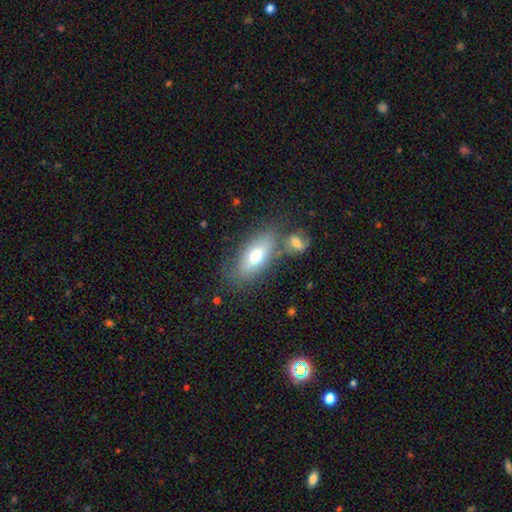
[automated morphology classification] Smooth or featured? smooth (68%)
How rounded? in between (83%)
Merging? none (62%)